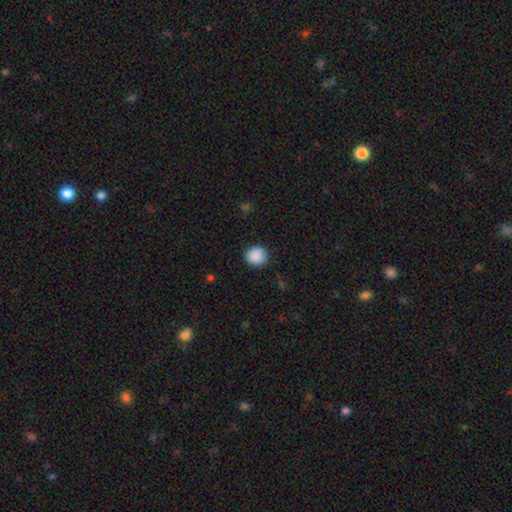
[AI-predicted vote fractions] Smooth or featured: smooth — 90% (star or artifact — 8%)
How rounded: round — 87% (in between — 12%)
Merging: none — 90% (minor disturbance — 7%)